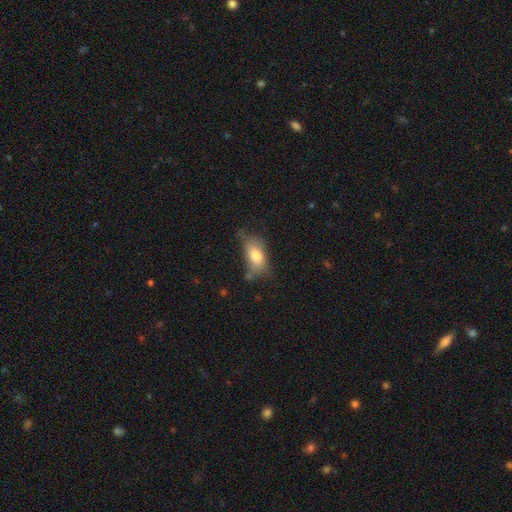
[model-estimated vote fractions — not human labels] Smooth or featured: smooth — 76% (featured or disk — 16%)
How rounded: in between — 88% (round — 7%)
Merging: none — 48% (minor disturbance — 34%)